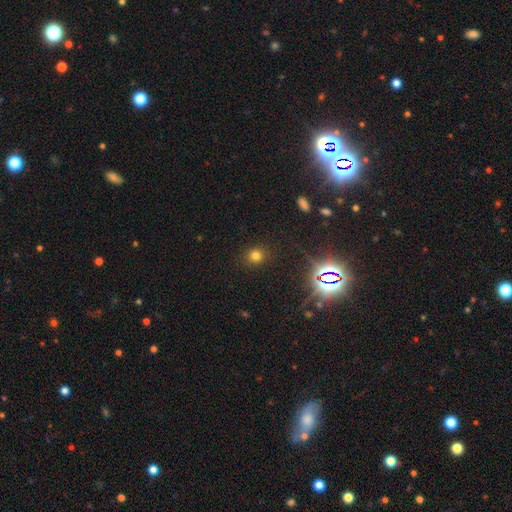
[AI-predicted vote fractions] This is likely a smooth galaxy (72%). How rounded: clearly round (84%). Merging: clearly none (88%).